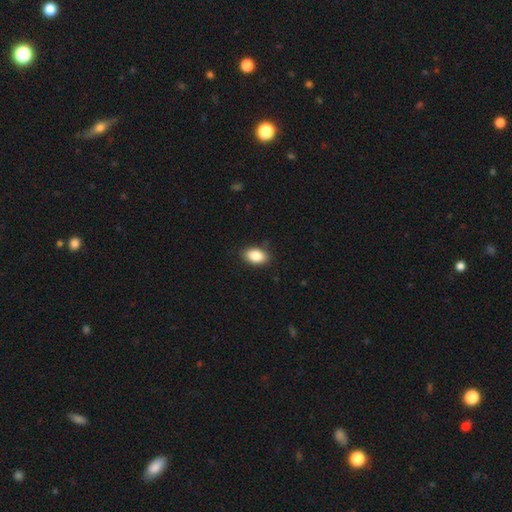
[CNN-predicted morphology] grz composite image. It shows a smooth galaxy with no disk features (86%) that is in between round and cigar-shaped (87%). Merging: none (87%).